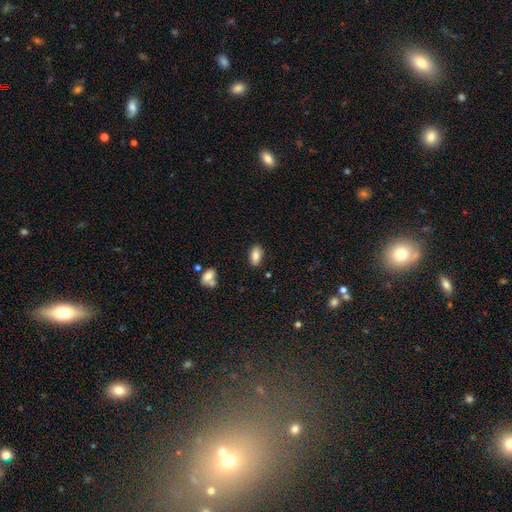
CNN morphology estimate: Smooth or featured? smooth (85%)
How rounded? in between (91%)
Merging? none (82%)